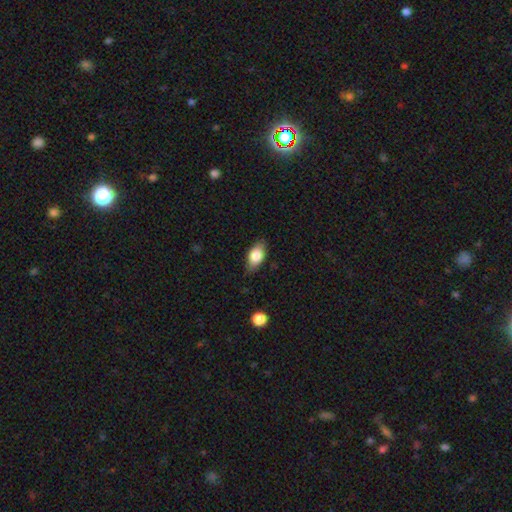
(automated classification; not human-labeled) Smooth or featured: smooth — 80% (featured or disk — 13%)
How rounded: in between — 89% (round — 6%)
Merging: none — 80% (minor disturbance — 16%)